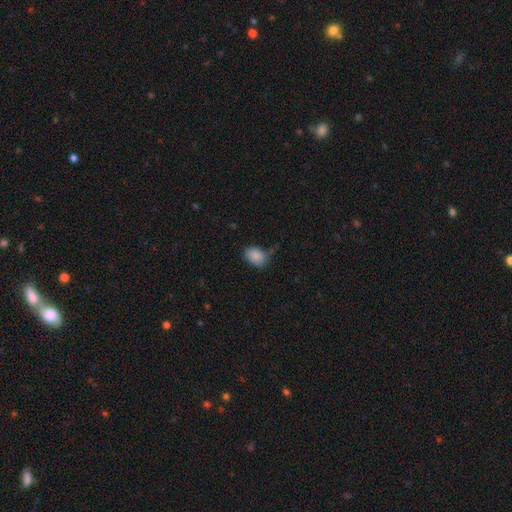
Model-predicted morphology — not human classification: Smooth or featured?
  - smooth: 87% *
  - star or artifact: 8%
  - featured or disk: 4%
How rounded?
  - in between: 78% *
  - round: 21%
  - cigar-shaped: 1%
Merging?
  - none: 60% *
  - minor disturbance: 28%
  - major disturbance: 9%
  - merger: 4%